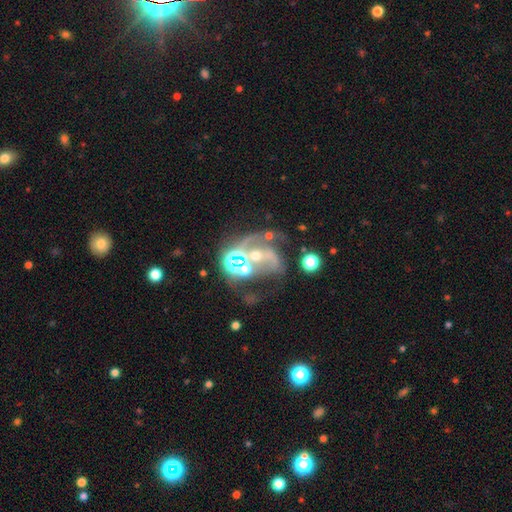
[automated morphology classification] Smooth or featured? featured or disk (73%)
Edge-on disk? no (97%)
Bar? no (47%)
Spiral arms? yes (82%)
Spiral winding? medium (44%)
Spiral arm count? 2 (70%)
Bulge size? small (45%)
Merging? none (34%)